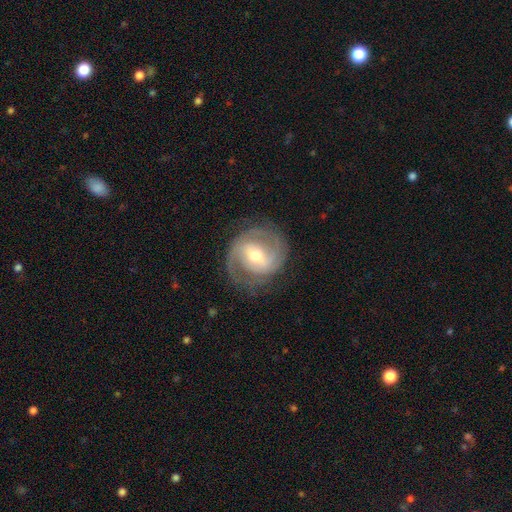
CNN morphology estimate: This is clearly a featured or disk galaxy (84%). It is clearly not viewed edge-on (97%). Bar: possibly weak (46%). Spiral arm pattern: clearly yes (94%). Spiral arm count: clearly 2 (81%). Spiral winding: marginally medium (44%). Central bulge: likely moderate (66%). Merging: likely none (78%).